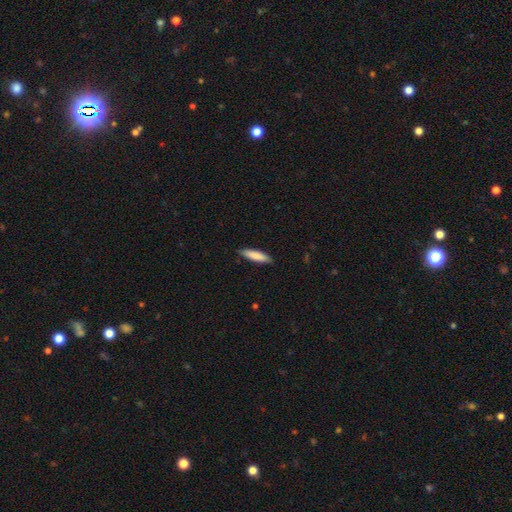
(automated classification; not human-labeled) smooth-or-featured: smooth: 84% | featured or disk: 10% | star or artifact: 5%
  how-rounded: cigar-shaped: 70% | in between: 29% | round: 1%
  merging: none: 88% | minor disturbance: 9% | major disturbance: 2% | merger: 1%